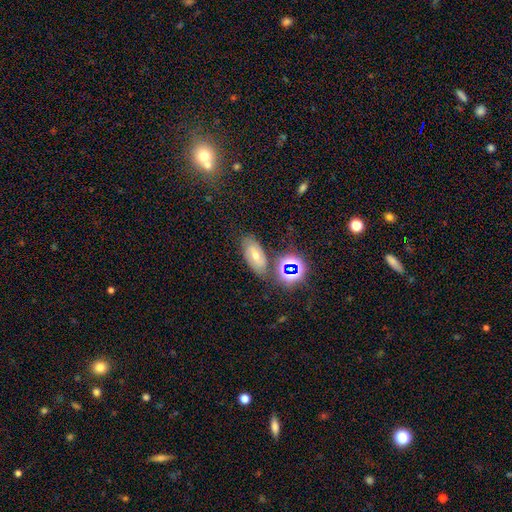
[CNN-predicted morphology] This is marginally a star or artifact rather than a galaxy (35%).